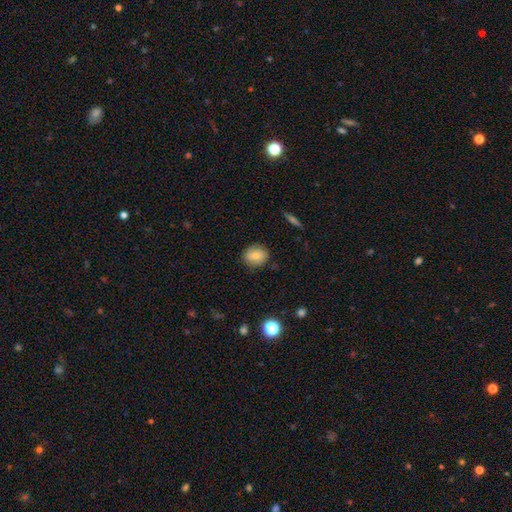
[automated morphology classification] A smooth galaxy with no disk features (74%) that is round (65%). Merging: none (81%).